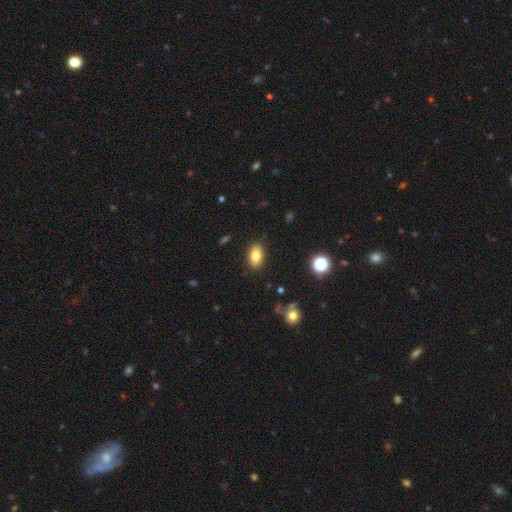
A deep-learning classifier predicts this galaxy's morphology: A smooth galaxy with no disk features (82%) that is in between round and cigar-shaped (89%). Merging: none (88%).